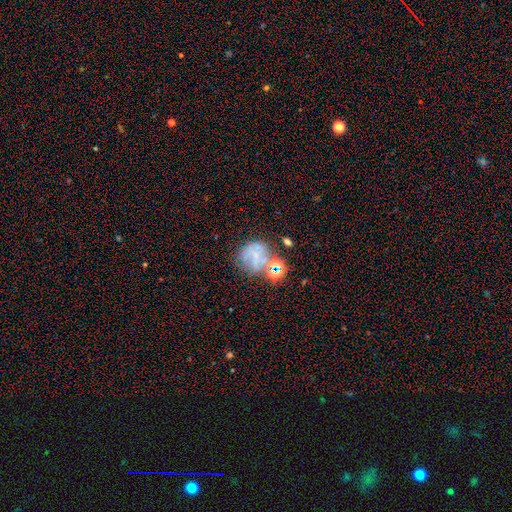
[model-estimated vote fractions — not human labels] smooth-or-featured: featured or disk: 38% | smooth: 36% | star or artifact: 26%
  merging: none: 43% | merger: 19% | major disturbance: 19% | minor disturbance: 19%